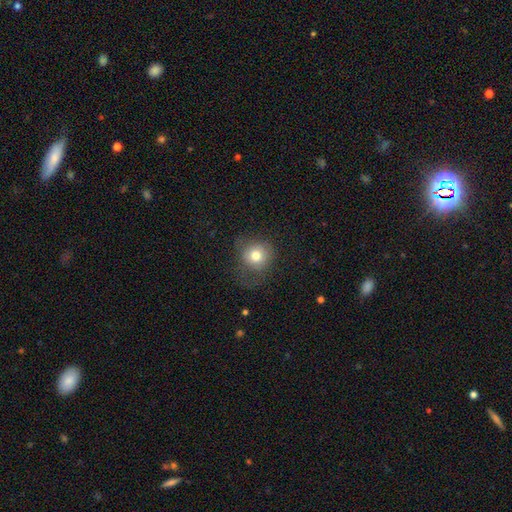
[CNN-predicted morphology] smooth_or_featured: smooth (p=0.75) [alt: featured or disk p=0.14]
how_rounded: round (p=0.84) [alt: in between p=0.15]
merging: none (p=0.53) [alt: minor disturbance p=0.25]